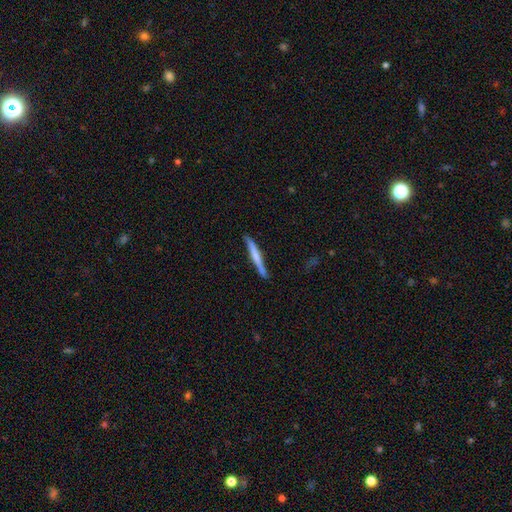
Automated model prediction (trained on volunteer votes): smooth 50%, featured or disk 44%, star or artifact 5%. Down the decision tree: how rounded — cigar-shaped (96%); merging — none (83%).